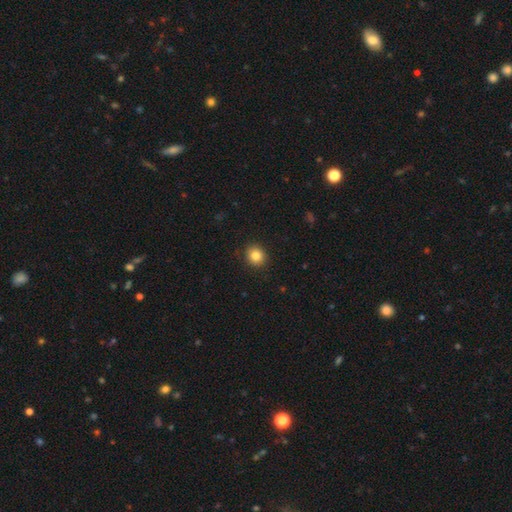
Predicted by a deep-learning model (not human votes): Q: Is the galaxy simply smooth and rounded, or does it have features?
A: smooth — 84%.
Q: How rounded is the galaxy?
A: round — 78%.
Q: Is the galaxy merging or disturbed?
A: none — 91%.